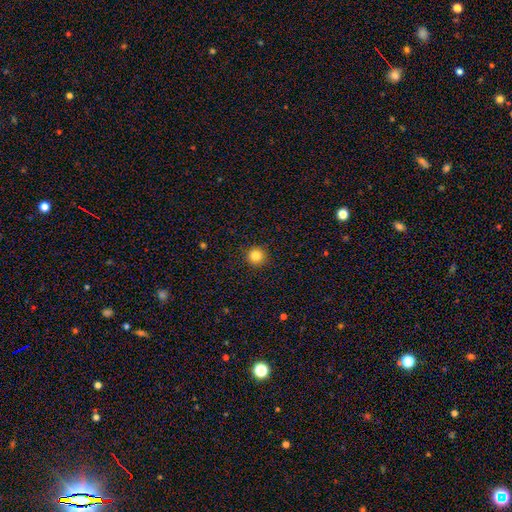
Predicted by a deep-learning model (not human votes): smooth-or-featured: smooth: 83% | star or artifact: 12% | featured or disk: 5%
  how-rounded: round: 95% | in between: 4% | cigar-shaped: 1%
  merging: none: 92% | minor disturbance: 5% | major disturbance: 2% | merger: 1%